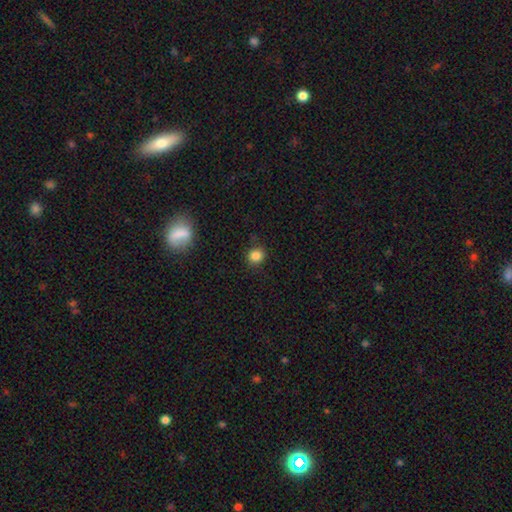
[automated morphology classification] smooth_or_featured: smooth (p=0.84) [alt: star or artifact p=0.12]
how_rounded: round (p=0.85) [alt: in between p=0.14]
merging: none (p=0.88) [alt: minor disturbance p=0.08]